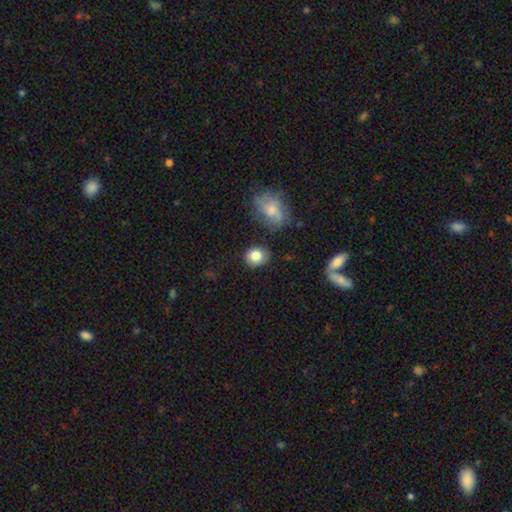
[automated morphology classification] Smooth or featured? smooth (84%)
How rounded? round (70%)
Merging? none (79%)